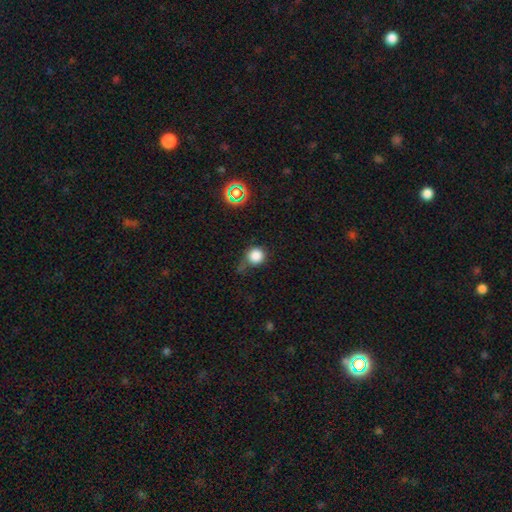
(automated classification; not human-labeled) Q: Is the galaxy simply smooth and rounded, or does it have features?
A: smooth — 82%.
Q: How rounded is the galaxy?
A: round — 92%.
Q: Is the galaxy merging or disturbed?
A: none — 53%.